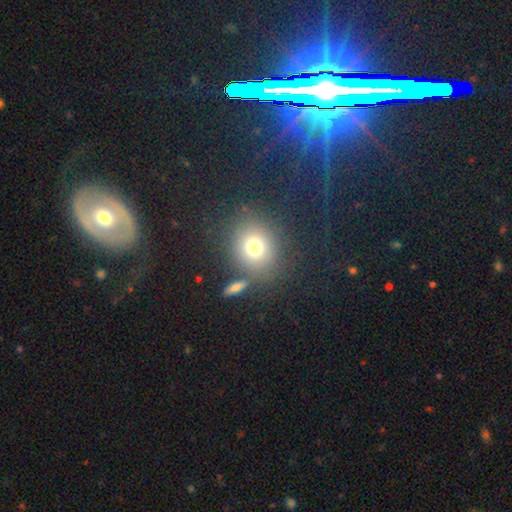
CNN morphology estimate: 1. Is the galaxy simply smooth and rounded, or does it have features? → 59% smooth, 27% star or artifact, 14% featured or disk.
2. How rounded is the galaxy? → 67% round, 32% in between, 1% cigar-shaped.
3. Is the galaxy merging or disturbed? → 81% none, 10% minor disturbance, 5% merger, 4% major disturbance.